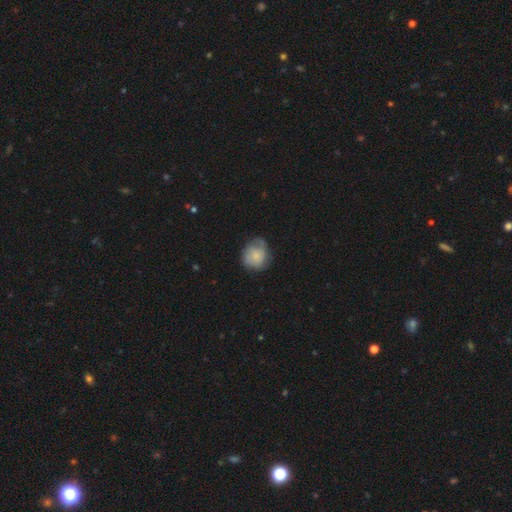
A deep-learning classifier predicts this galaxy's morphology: Q: Smooth or featured?
A: smooth (70%); runner-up: featured or disk (23%)
Q: How rounded?
A: round (76%); runner-up: in between (23%)
Q: Merging?
A: none (56%); runner-up: minor disturbance (31%)